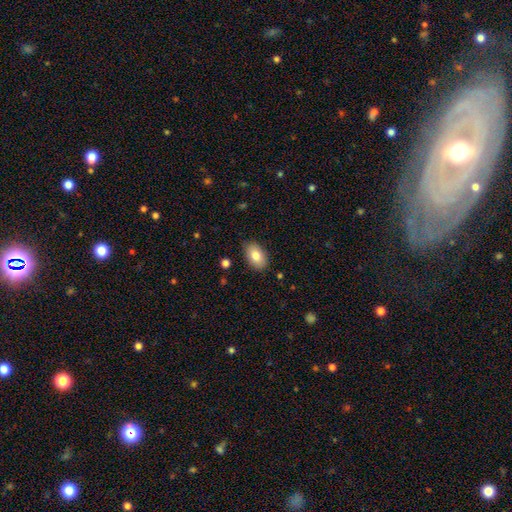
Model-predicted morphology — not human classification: type=smooth (81%); roundness=in between (91%); merging=none (86%).